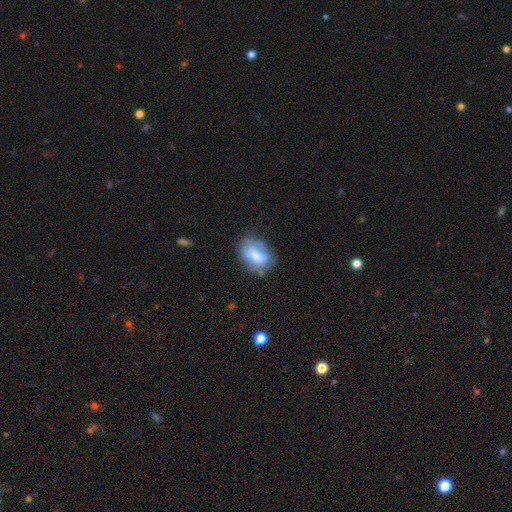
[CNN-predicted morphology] smooth_or_featured: smooth (p=0.55) [alt: featured or disk p=0.36]
how_rounded: in between (p=0.71) [alt: round p=0.27]
merging: none (p=0.52) [alt: minor disturbance p=0.29]